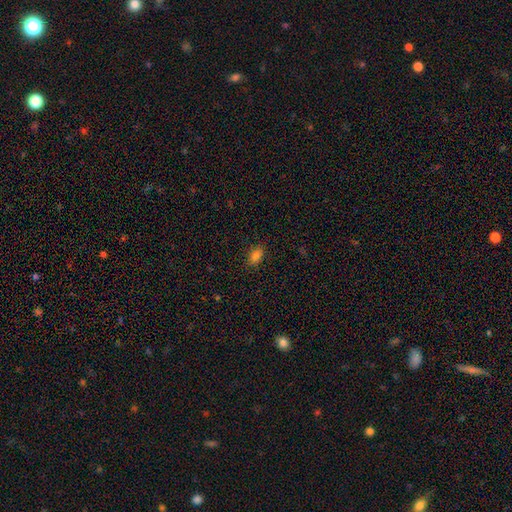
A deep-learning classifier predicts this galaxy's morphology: Smooth or featured?
  - smooth: 82% *
  - star or artifact: 13%
  - featured or disk: 5%
How rounded?
  - in between: 87% *
  - round: 10%
  - cigar-shaped: 3%
Merging?
  - none: 86% *
  - minor disturbance: 10%
  - major disturbance: 2%
  - merger: 1%